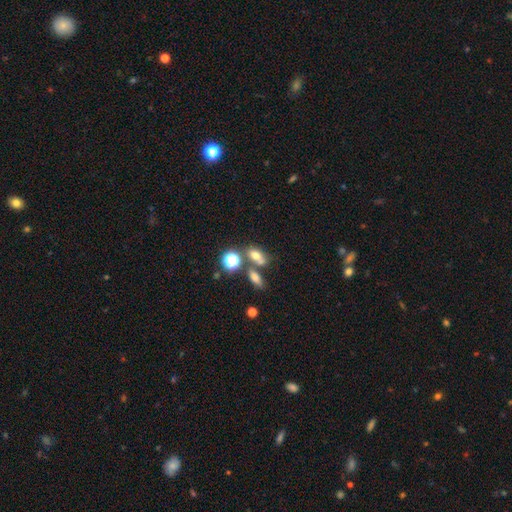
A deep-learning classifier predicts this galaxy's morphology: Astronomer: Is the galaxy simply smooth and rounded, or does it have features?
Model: smooth — 67%.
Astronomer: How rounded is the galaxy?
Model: in between — 71%.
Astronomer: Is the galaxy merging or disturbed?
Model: none — 48% (runner-up: merger, 35%).